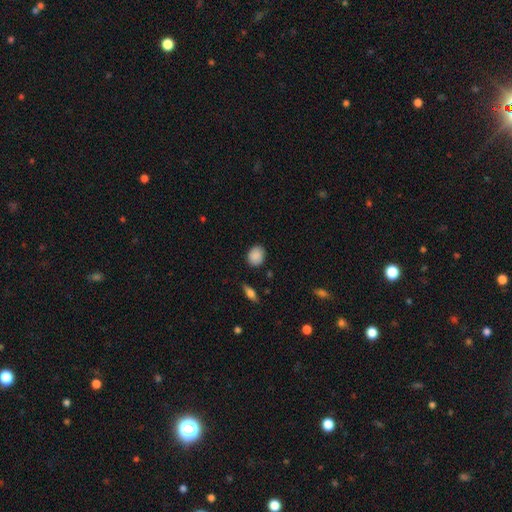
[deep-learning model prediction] Q: Smooth or featured?
A: smooth (88%); runner-up: star or artifact (7%)
Q: How rounded?
A: round (56%); runner-up: in between (43%)
Q: Merging?
A: none (86%); runner-up: minor disturbance (11%)